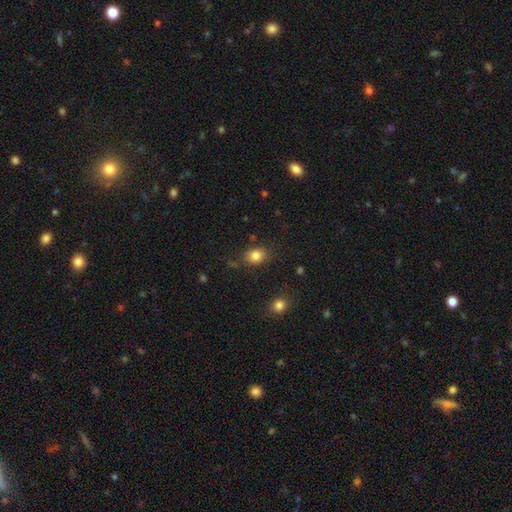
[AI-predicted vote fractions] Smooth or featured? Predicted: smooth (p=0.83). How rounded? Predicted: in between (p=0.57). Merging? Predicted: none (p=0.79).